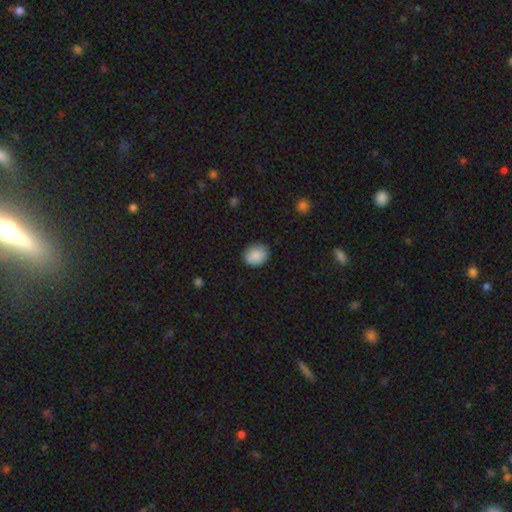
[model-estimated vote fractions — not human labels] This appears to be a smooth galaxy with no disk features (88%) that is round (58%). Merging: none (86%).